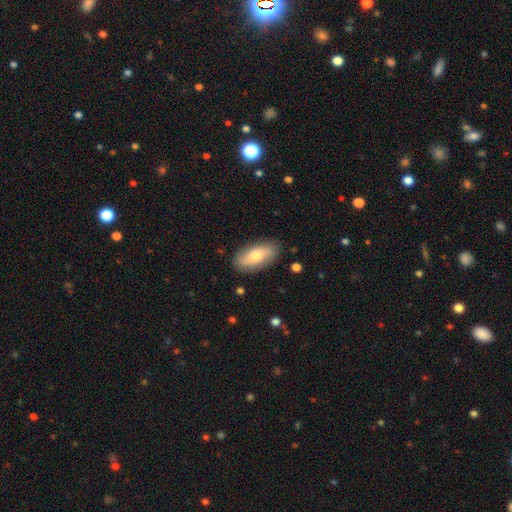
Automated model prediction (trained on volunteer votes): Smooth or featured?
  - smooth: 64% *
  - featured or disk: 30%
  - star or artifact: 6%
How rounded?
  - in between: 90% *
  - cigar-shaped: 6%
  - round: 3%
Merging?
  - none: 84% *
  - minor disturbance: 12%
  - major disturbance: 3%
  - merger: 1%